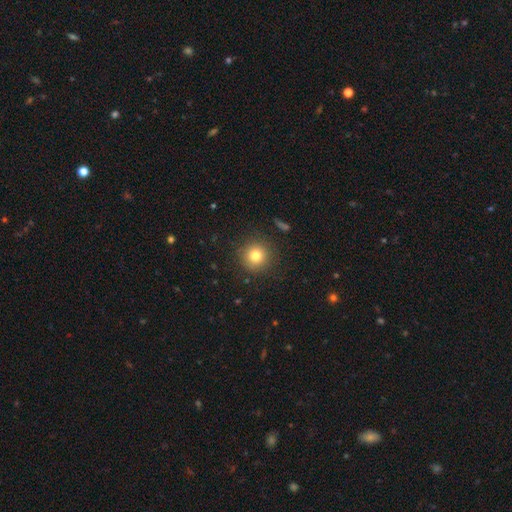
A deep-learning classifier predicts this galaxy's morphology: Smooth or featured? Predicted: smooth (p=0.78). How rounded? Predicted: round (p=0.95). Merging? Predicted: none (p=0.90).